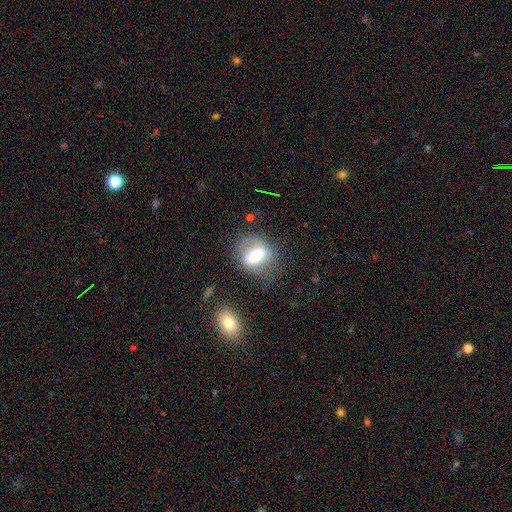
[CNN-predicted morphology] The model was most divided on "smooth or featured": smooth: 48%, featured or disk: 44%, star or artifact: 8%. More confident: merging — none (57%).